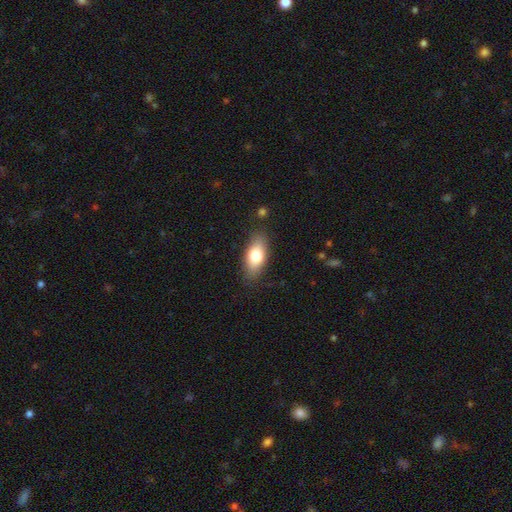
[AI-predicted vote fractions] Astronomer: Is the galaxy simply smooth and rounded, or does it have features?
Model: smooth — 76%.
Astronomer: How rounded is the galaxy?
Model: in between — 84%.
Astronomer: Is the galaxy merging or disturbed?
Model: none — 83%.